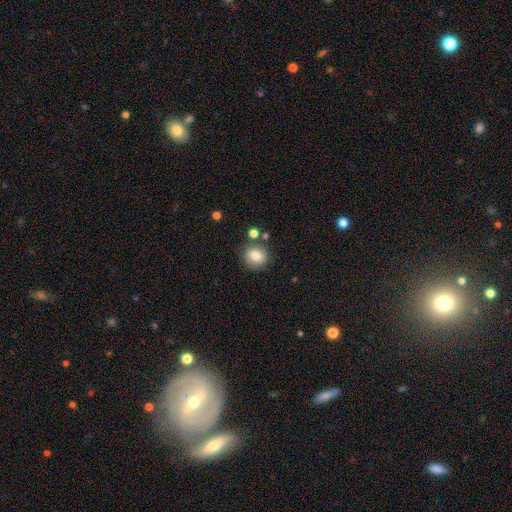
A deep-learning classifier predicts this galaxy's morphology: Smooth or featured? Predicted: smooth (p=0.80). How rounded? Predicted: round (p=0.90). Merging? Predicted: none (p=0.78).